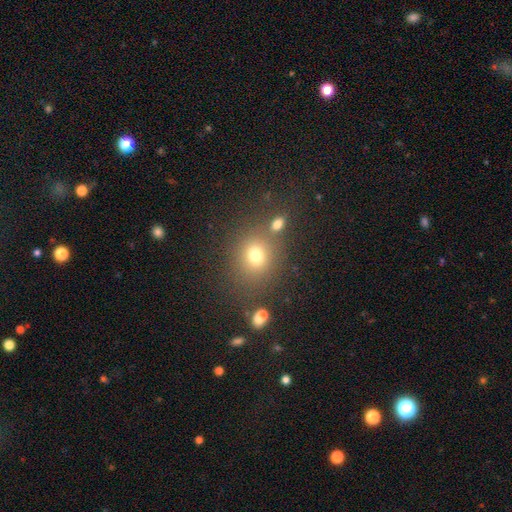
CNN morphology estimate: Overall: smooth (73%). How rounded: round (71%). Merging: none (71%).